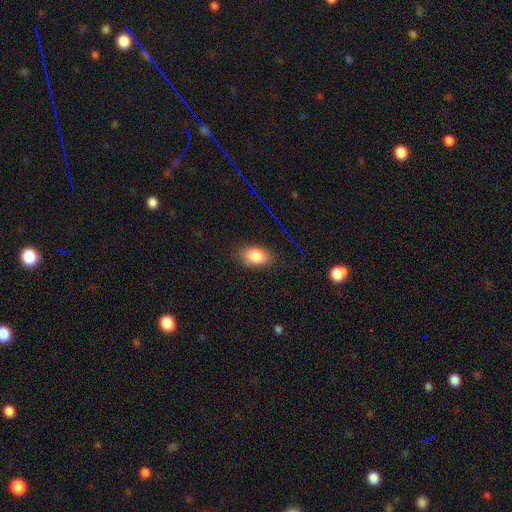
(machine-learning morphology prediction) smooth_or_featured: smooth (p=0.82) [alt: star or artifact p=0.10]
how_rounded: in between (p=0.87) [alt: round p=0.11]
merging: none (p=0.81) [alt: minor disturbance p=0.14]